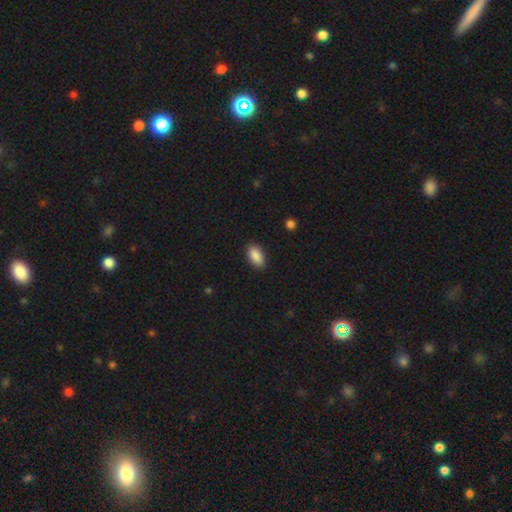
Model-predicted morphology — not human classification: Smooth or featured?
  - smooth: 89% *
  - star or artifact: 7%
  - featured or disk: 4%
How rounded?
  - in between: 93% *
  - round: 3%
  - cigar-shaped: 3%
Merging?
  - none: 88% *
  - minor disturbance: 9%
  - major disturbance: 2%
  - merger: 1%